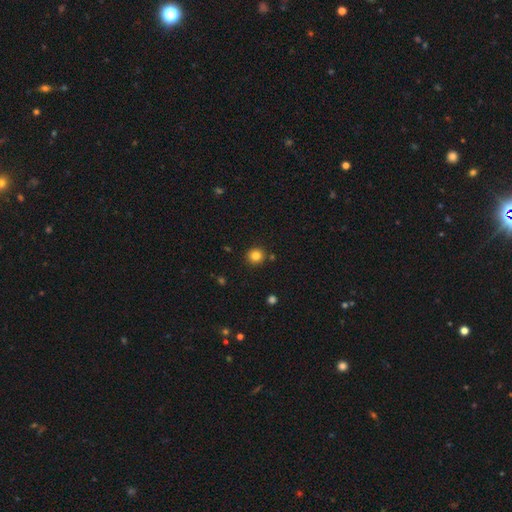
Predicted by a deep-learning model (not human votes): A smooth galaxy with no disk features (82%) that is round (92%).

Vote fractions:
- Smooth or featured? smooth: 82% / star or artifact: 12% / featured or disk: 5%
- How rounded? round: 92% / in between: 7% / cigar-shaped: 1%
- Merging? none: 89% / minor disturbance: 6% / merger: 3% / major disturbance: 2%